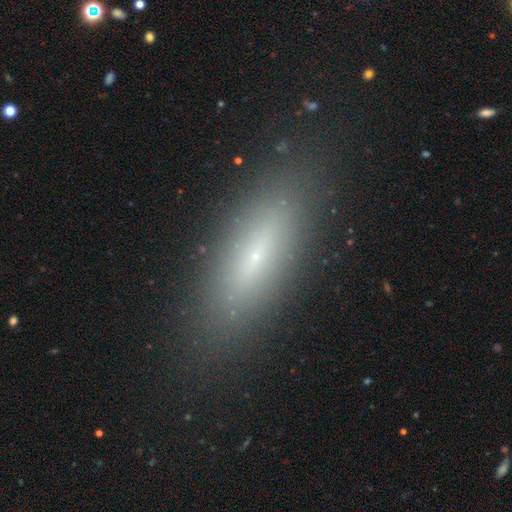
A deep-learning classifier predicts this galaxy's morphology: Q: Smooth or featured?
A: smooth (54%); runner-up: featured or disk (35%)
Q: How rounded?
A: cigar-shaped (49%); runner-up: in between (48%)
Q: Merging?
A: none (86%); runner-up: minor disturbance (10%)